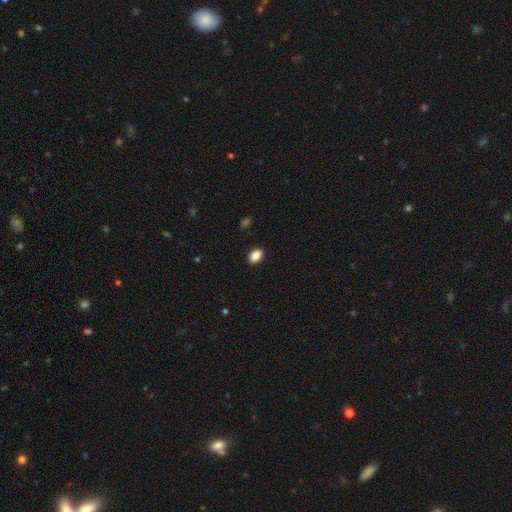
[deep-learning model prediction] This appears to be a smooth galaxy with no disk features (88%) that is in between round and cigar-shaped (83%). Merging: none (90%).